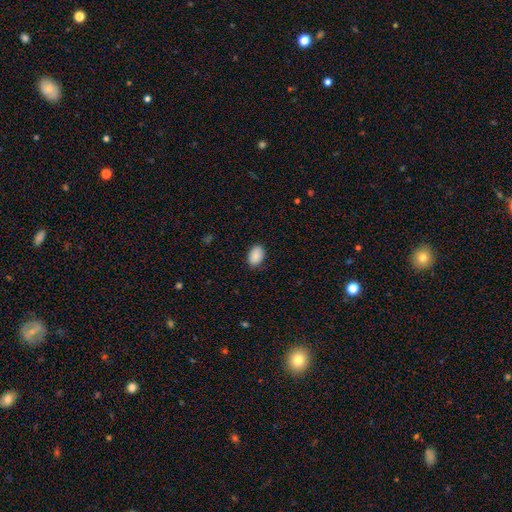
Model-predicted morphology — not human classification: Smooth or featured: smooth — 89% (star or artifact — 7%)
How rounded: in between — 86% (round — 13%)
Merging: none — 84% (minor disturbance — 12%)